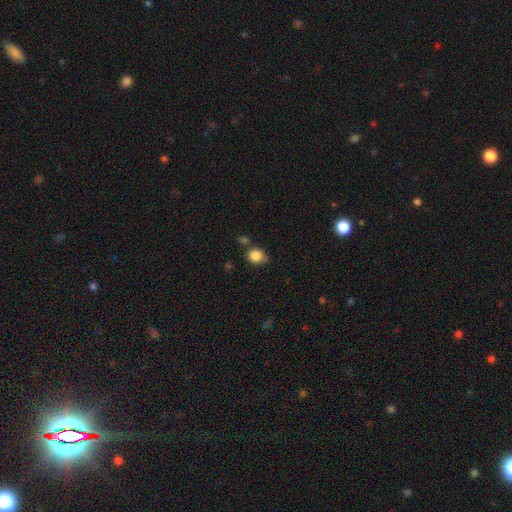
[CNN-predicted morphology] Smooth or featured: smooth — 85% (star or artifact — 10%)
How rounded: round — 74% (in between — 25%)
Merging: none — 59% (minor disturbance — 26%)